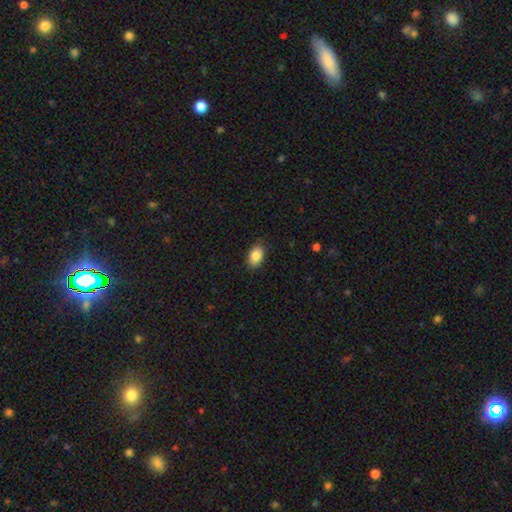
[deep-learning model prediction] Overall: smooth (86%). How rounded: in between (91%). Merging: none (87%).